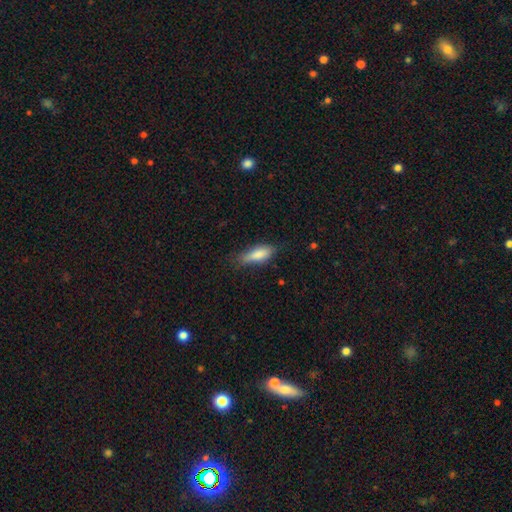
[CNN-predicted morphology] The model was most divided on "how rounded": in between: 55%, cigar-shaped: 43%, round: 2%. More confident: smooth or featured — smooth (78%); merging — none (67%).